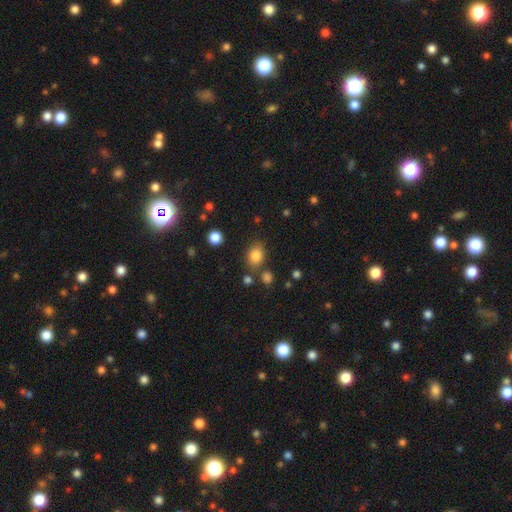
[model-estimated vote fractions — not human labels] smooth 82%, star or artifact 11%, featured or disk 7%. Down the decision tree: how rounded — in between (59%); merging — none (76%).